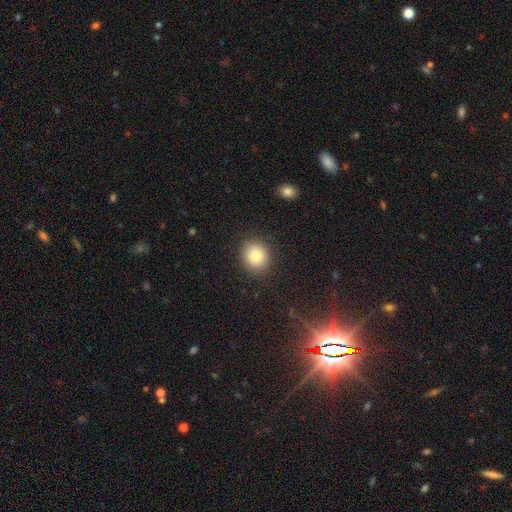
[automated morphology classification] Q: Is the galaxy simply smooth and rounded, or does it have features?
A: smooth — 81%.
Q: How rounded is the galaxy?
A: round — 72%.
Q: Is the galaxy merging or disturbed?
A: none — 88%.